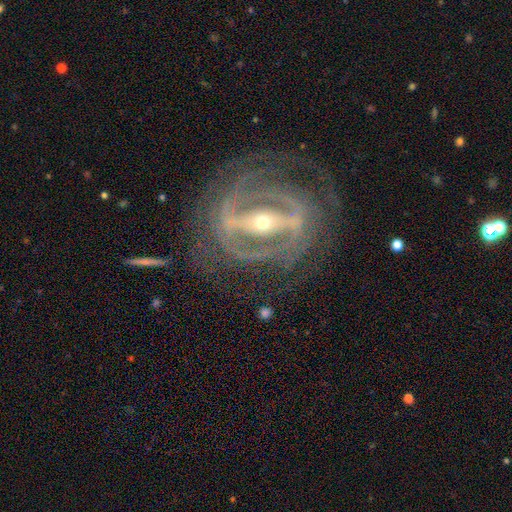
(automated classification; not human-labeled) This appears to be a featured or disk galaxy (90%) with a strong bar (82%), 2 (34%) tight (61%) spiral arms (83%) and a small central bulge (63%). Merging: none (72%).